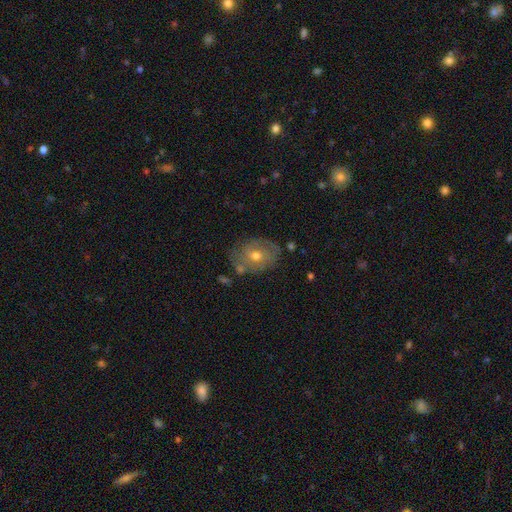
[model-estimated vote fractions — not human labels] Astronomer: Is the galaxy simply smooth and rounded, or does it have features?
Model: featured or disk — 53% (runner-up: smooth, 37%).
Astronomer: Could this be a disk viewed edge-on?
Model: no — 94%.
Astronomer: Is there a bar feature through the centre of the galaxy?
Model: no — 68%.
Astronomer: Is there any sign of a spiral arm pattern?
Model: yes — 56% (runner-up: no, 44%).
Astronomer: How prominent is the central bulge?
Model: moderate — 71%.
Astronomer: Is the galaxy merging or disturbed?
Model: none — 68%.